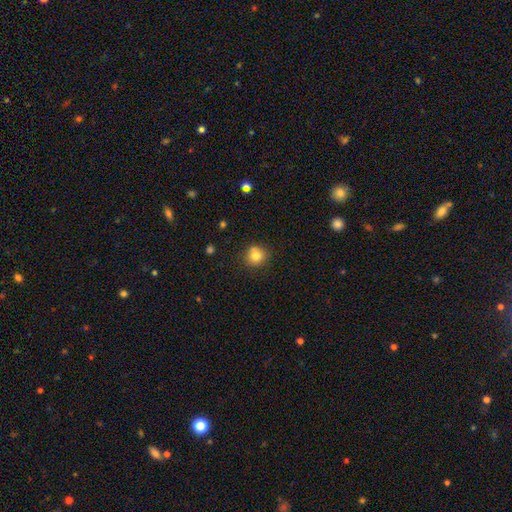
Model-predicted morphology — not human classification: Smooth or featured?
  - smooth: 80% *
  - star or artifact: 12%
  - featured or disk: 8%
How rounded?
  - round: 88% *
  - in between: 11%
  - cigar-shaped: 1%
Merging?
  - none: 77% *
  - minor disturbance: 15%
  - merger: 5%
  - major disturbance: 3%